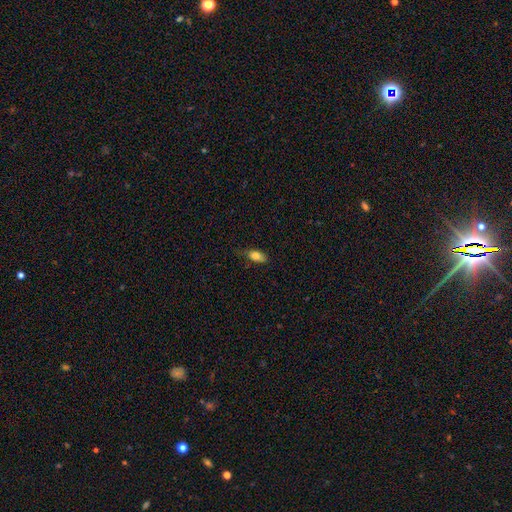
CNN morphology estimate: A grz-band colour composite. It shows a smooth galaxy with no disk features (82%) that is in between round and cigar-shaped (85%). Merging: none (60%).